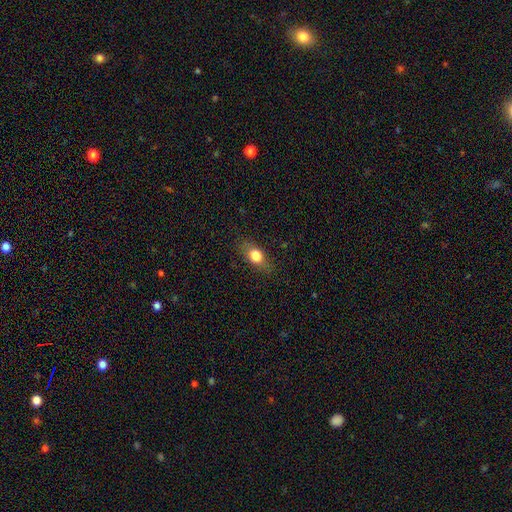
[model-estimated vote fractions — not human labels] Smooth or featured: smooth — 77% (featured or disk — 15%)
How rounded: in between — 72% (round — 20%)
Merging: none — 79% (minor disturbance — 15%)